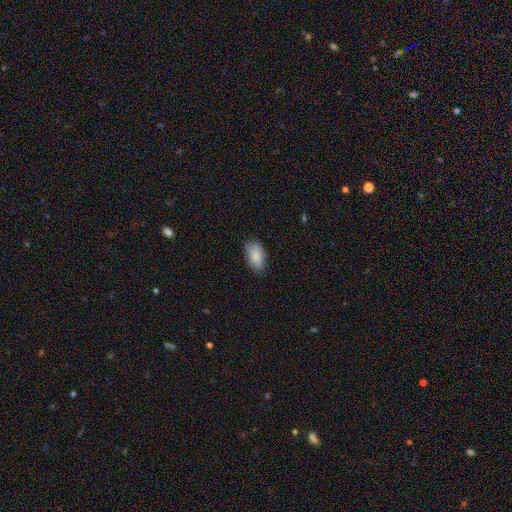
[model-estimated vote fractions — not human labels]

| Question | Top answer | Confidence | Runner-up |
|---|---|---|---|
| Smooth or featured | smooth | 85% | featured or disk (8%) |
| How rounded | in between | 93% | round (4%) |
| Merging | none | 81% | minor disturbance (15%) |